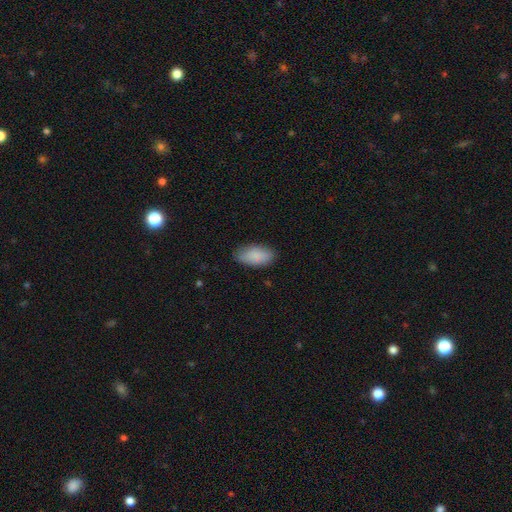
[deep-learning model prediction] smooth_or_featured: smooth (p=0.88) [alt: star or artifact p=0.06]
how_rounded: in between (p=0.94) [alt: cigar-shaped p=0.04]
merging: none (p=0.82) [alt: minor disturbance p=0.14]